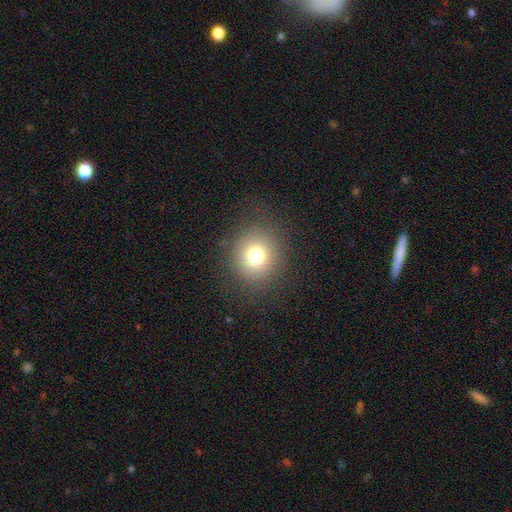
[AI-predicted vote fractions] smooth_or_featured: smooth (p=0.75) [alt: star or artifact p=0.15]
how_rounded: round (p=0.87) [alt: in between p=0.12]
merging: none (p=0.86) [alt: minor disturbance p=0.08]